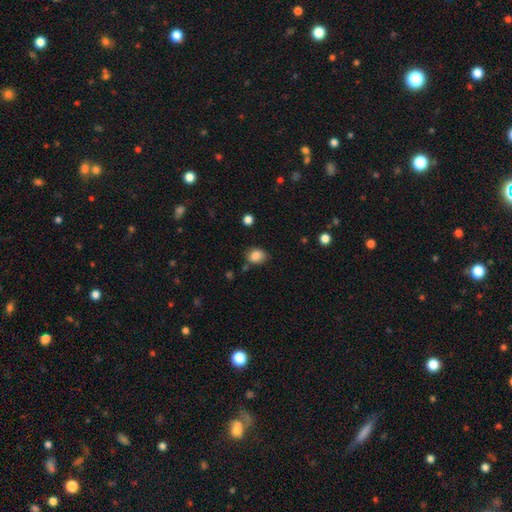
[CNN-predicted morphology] Smooth or featured: smooth — 84% (star or artifact — 9%)
How rounded: in between — 53% (round — 46%)
Merging: none — 72% (minor disturbance — 20%)